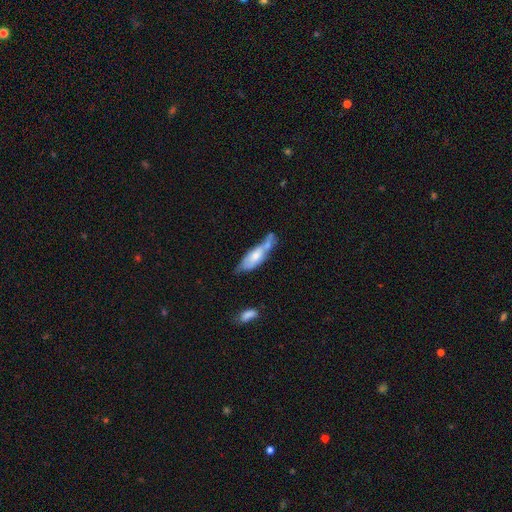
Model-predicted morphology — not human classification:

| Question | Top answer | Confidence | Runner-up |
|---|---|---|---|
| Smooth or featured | smooth | 55% | featured or disk (39%) |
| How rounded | in between | 52% | cigar-shaped (46%) |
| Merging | merger | 33% | none (31%) |